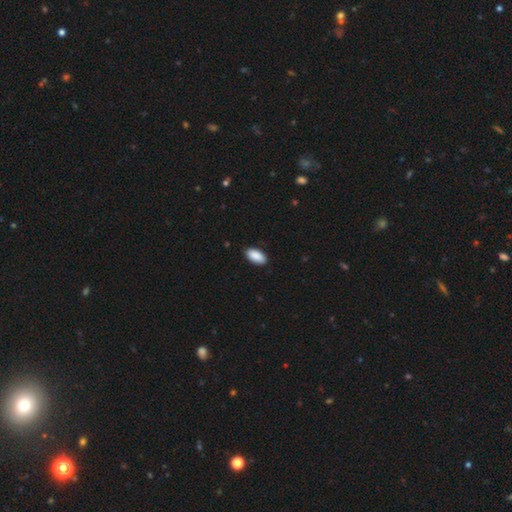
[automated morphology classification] Smooth or featured?
  - smooth: 91% *
  - star or artifact: 6%
  - featured or disk: 3%
How rounded?
  - in between: 95% *
  - cigar-shaped: 3%
  - round: 2%
Merging?
  - none: 89% *
  - minor disturbance: 8%
  - major disturbance: 2%
  - merger: 1%